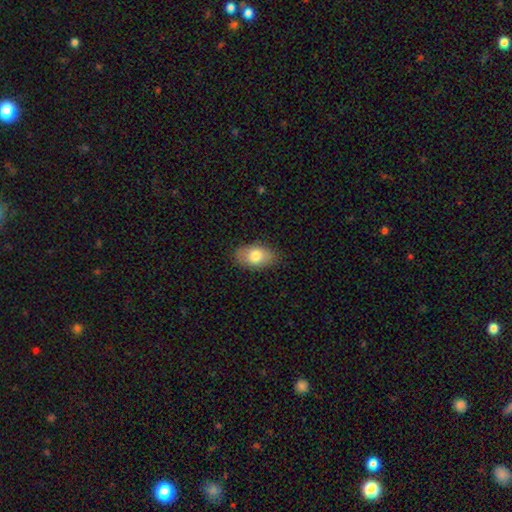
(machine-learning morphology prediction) This is likely a smooth galaxy (78%). How rounded: clearly in between (91%). Merging: clearly none (82%).